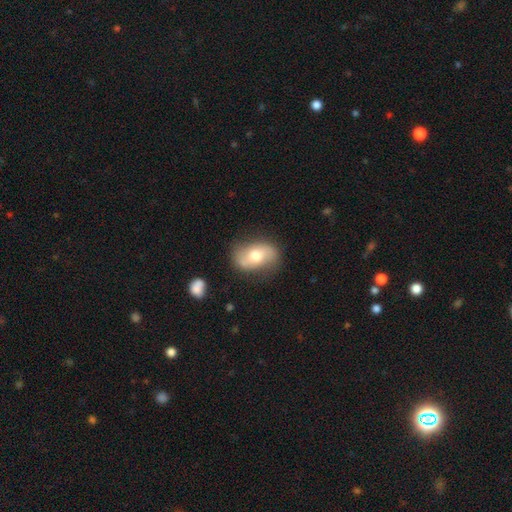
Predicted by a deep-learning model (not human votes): Overall: featured or disk (53%; smooth 40%). Edge-on disk: no (93%). Merging: none (75%).